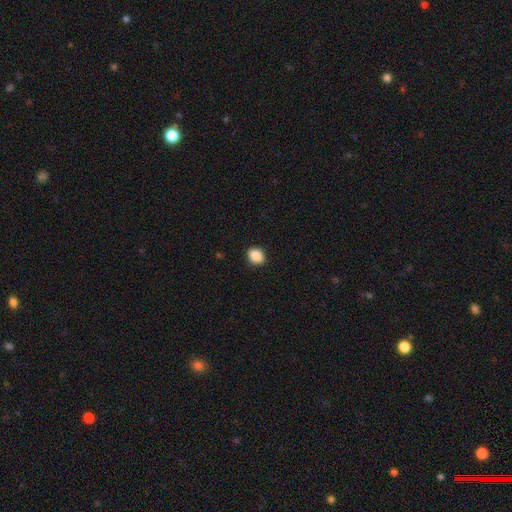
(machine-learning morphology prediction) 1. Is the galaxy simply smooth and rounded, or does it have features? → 88% smooth, 9% star or artifact, 4% featured or disk.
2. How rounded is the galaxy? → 49% round (tied), 49% in between (tied), 1% cigar-shaped.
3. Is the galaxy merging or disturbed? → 89% none, 8% minor disturbance, 2% major disturbance, 1% merger.